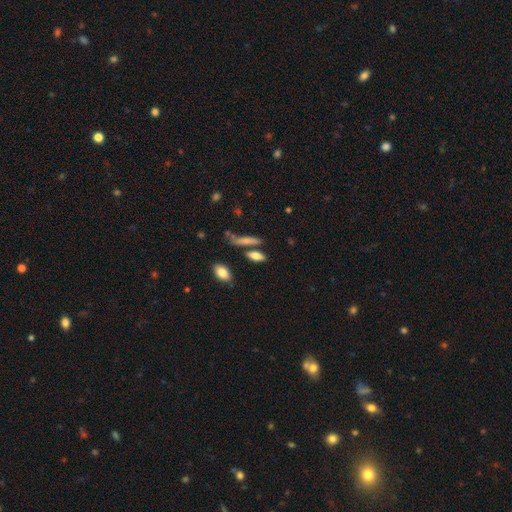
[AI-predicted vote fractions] A smooth galaxy with no disk features (74%) that is in between round and cigar-shaped (53%). Merging: none (67%).